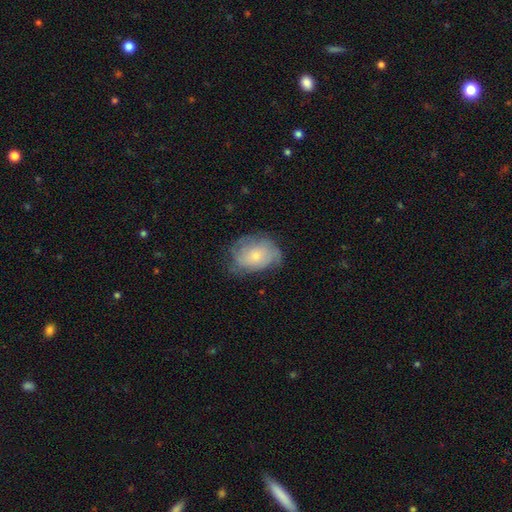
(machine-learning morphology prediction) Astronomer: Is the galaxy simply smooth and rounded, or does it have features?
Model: smooth — 48% (runner-up: featured or disk, 44%).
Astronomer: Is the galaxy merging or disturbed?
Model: none — 58%.